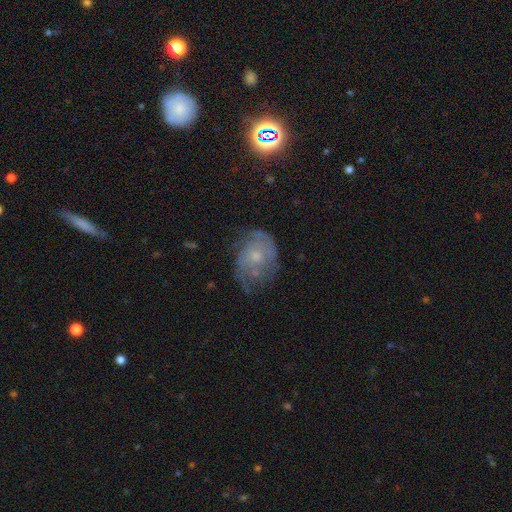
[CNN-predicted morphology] Overall: featured or disk (64%; smooth 26%). Edge-on disk: no (97%). Bar: no (81%). Spiral arms: yes (76%). Bulge size: small (62%; moderate 30%). Merging: none (52%; minor disturbance 27%).